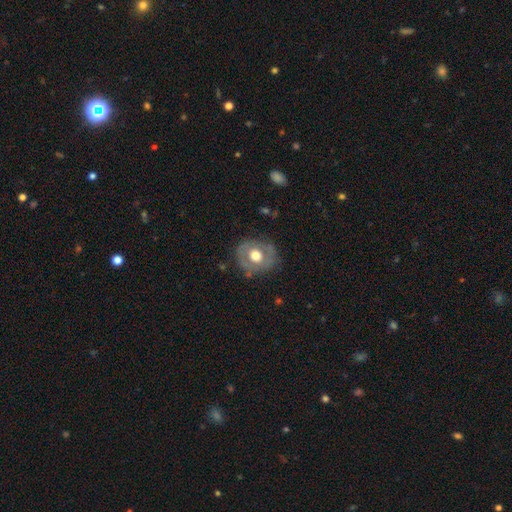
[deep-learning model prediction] Smooth or featured? Predicted: smooth (p=0.48). Merging? Predicted: none (p=0.74).